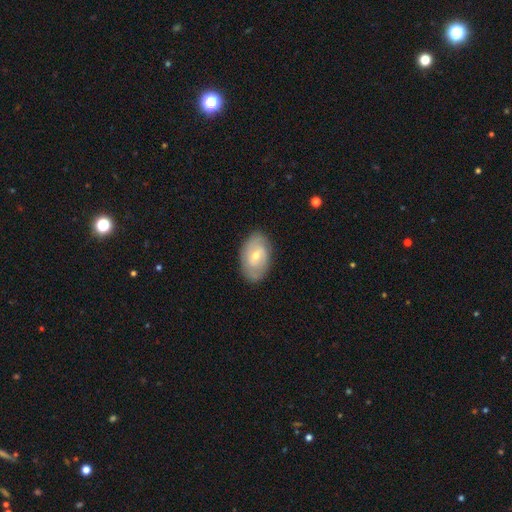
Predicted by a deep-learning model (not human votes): Smooth or featured: featured or disk — 53% (smooth — 41%)
Edge-on disk: no — 93% (yes — 7%)
Merging: none — 81% (minor disturbance — 14%)